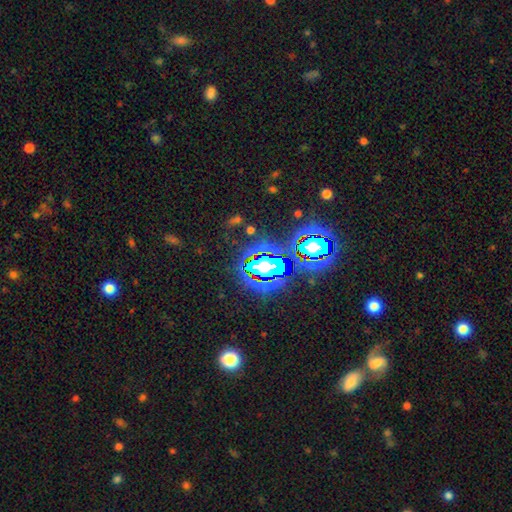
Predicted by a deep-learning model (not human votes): smooth_or_featured: star or artifact (p=0.81) [alt: smooth p=0.12]